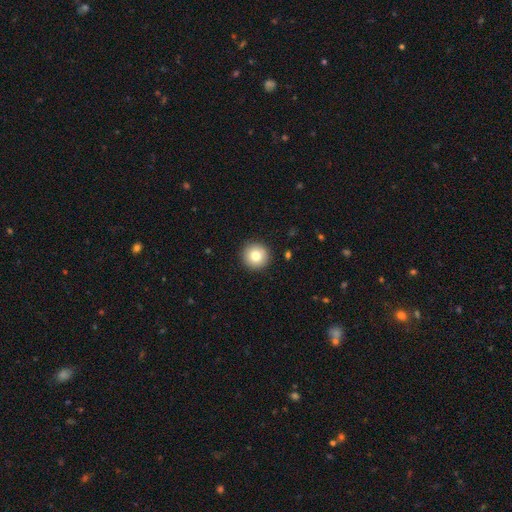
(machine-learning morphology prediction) Smooth or featured? smooth (80%)
How rounded? round (96%)
Merging? none (92%)